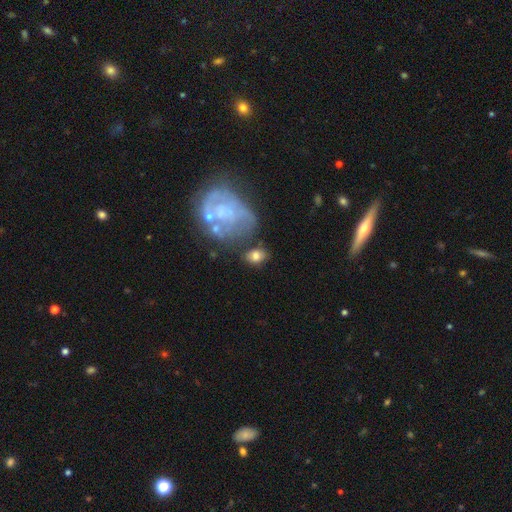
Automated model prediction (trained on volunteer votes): Smooth or featured? Predicted: smooth (p=0.70). How rounded? Predicted: in between (p=0.76). Merging? Predicted: none (p=0.61).